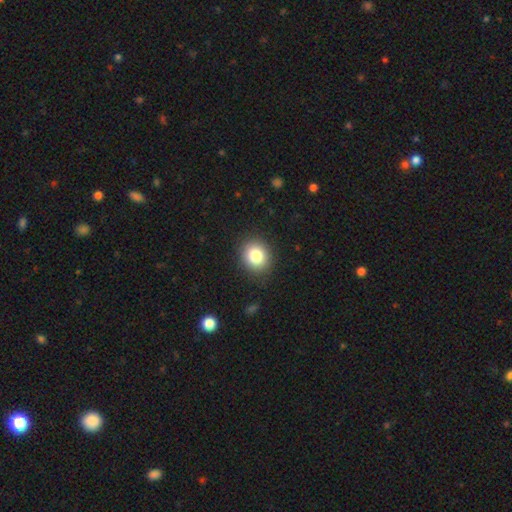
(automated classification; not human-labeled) Overall: smooth (82%). How rounded: round (72%). Merging: none (88%).